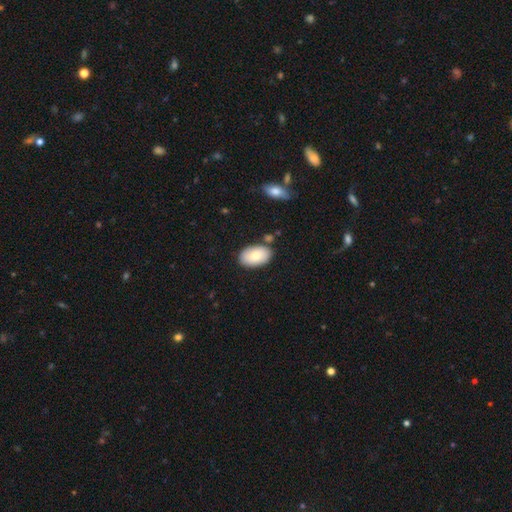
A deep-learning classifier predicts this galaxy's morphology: type=smooth (78%); roundness=in between (93%); merging=none (80%).